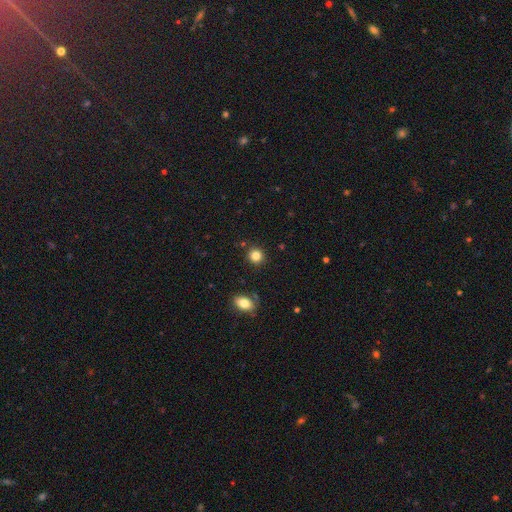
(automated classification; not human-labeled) Smooth or featured: smooth — 84% (star or artifact — 12%)
How rounded: round — 89% (in between — 10%)
Merging: none — 88% (minor disturbance — 7%)